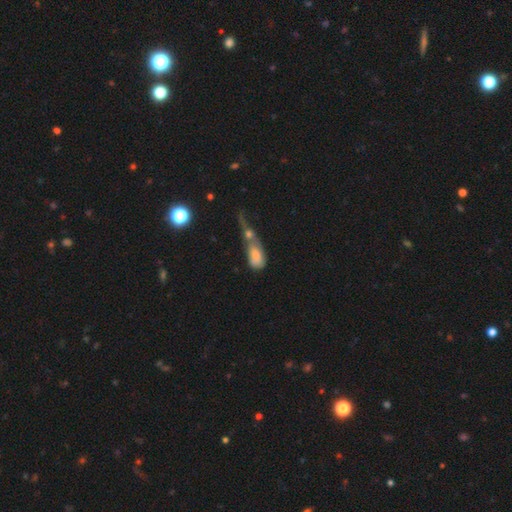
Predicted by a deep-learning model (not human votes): Morphology: type=smooth (69%); roundness=in between (87%); merging=merger (70%).